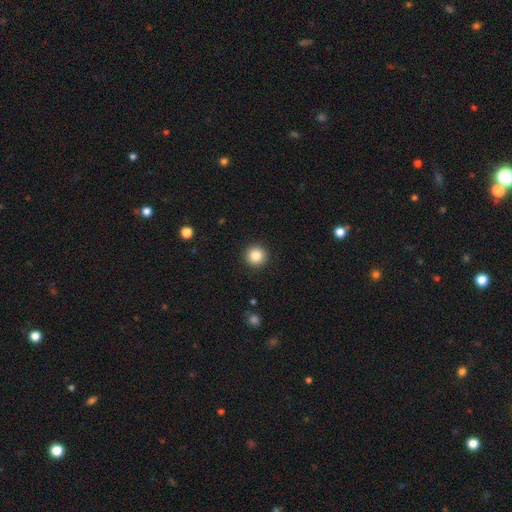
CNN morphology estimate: Smooth or featured? Predicted: smooth (p=0.85). How rounded? Predicted: round (p=0.95). Merging? Predicted: none (p=0.92).